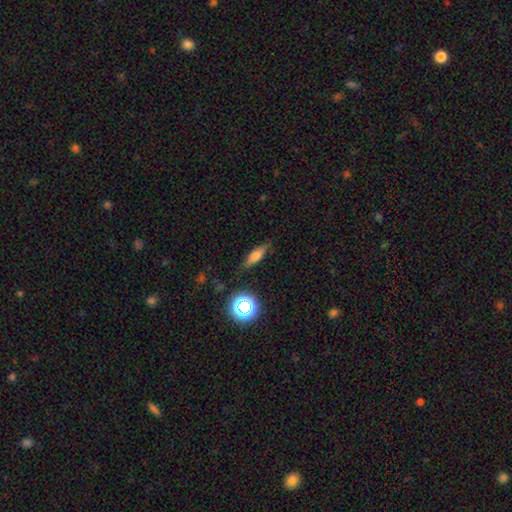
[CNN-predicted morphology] Smooth or featured?
  - smooth: 62% *
  - featured or disk: 26%
  - star or artifact: 12%
How rounded?
  - cigar-shaped: 51% *
  - in between: 43%
  - round: 6%
Merging?
  - none: 80% *
  - minor disturbance: 15%
  - major disturbance: 4%
  - merger: 2%